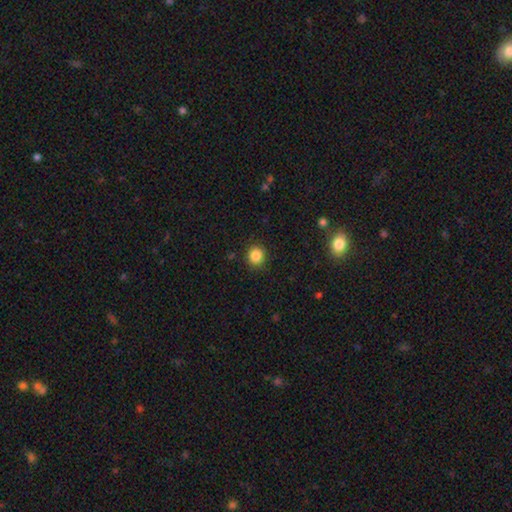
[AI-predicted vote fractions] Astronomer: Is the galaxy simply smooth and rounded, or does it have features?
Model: smooth — 85%.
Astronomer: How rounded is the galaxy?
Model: round — 87%.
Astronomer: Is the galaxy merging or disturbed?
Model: none — 90%.